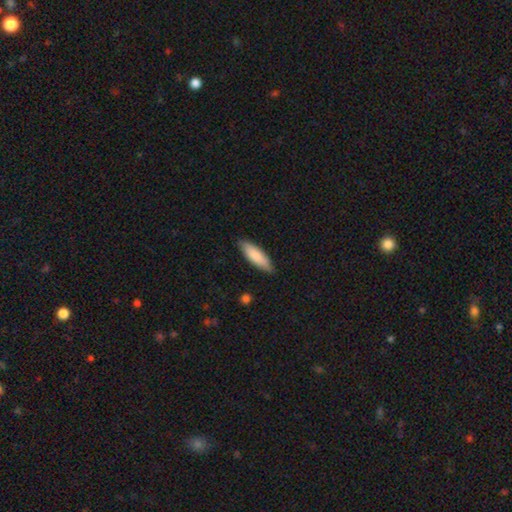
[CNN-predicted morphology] smooth-or-featured: smooth: 83% | featured or disk: 12% | star or artifact: 5%
  how-rounded: cigar-shaped: 50% | in between: 48% | round: 1%
  merging: none: 86% | minor disturbance: 12% | major disturbance: 2% | merger: 1%